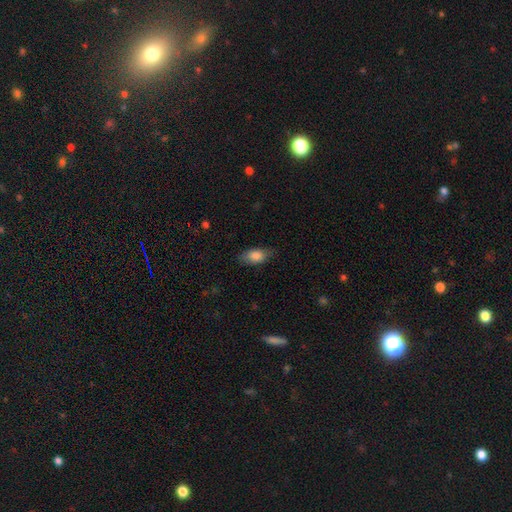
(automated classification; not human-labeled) Smooth or featured: smooth — 82% (featured or disk — 12%)
How rounded: in between — 88% (cigar-shaped — 8%)
Merging: none — 76% (minor disturbance — 19%)